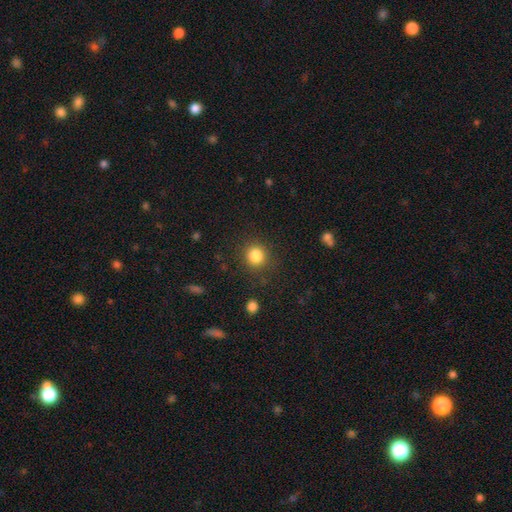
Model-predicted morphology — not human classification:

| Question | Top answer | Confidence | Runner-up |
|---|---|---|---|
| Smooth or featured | smooth | 84% | star or artifact (11%) |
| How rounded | round | 90% | in between (9%) |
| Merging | none | 87% | minor disturbance (8%) |